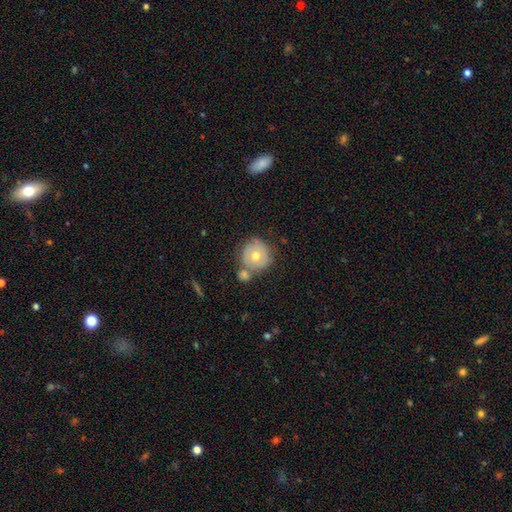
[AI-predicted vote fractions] This appears to be a smooth galaxy with no disk features (56%) that is round (91%). Merging: none (61%).